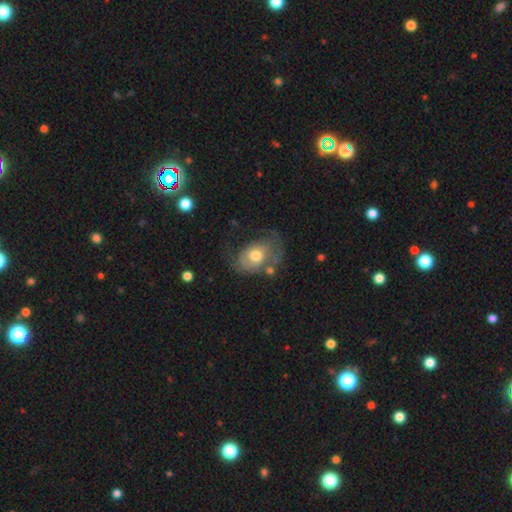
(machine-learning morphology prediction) The model was most divided on "smooth or featured": featured or disk: 52%, smooth: 41%, star or artifact: 8%. Remaining: edge-on disk — no (96%); merging — none (40%).